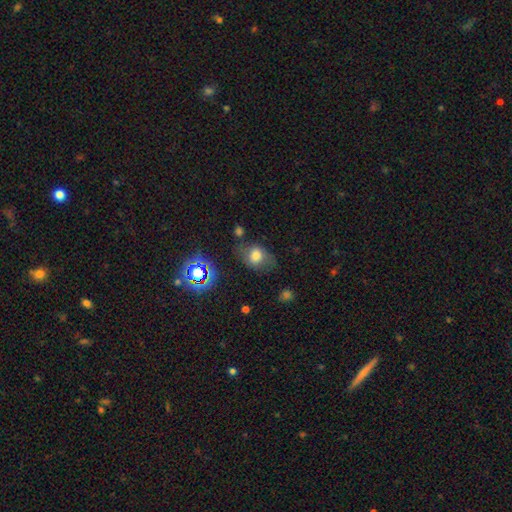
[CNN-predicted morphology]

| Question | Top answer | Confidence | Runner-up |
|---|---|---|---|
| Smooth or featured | smooth | 67% | featured or disk (19%) |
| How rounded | in between | 63% | round (35%) |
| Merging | none | 61% | minor disturbance (23%) |